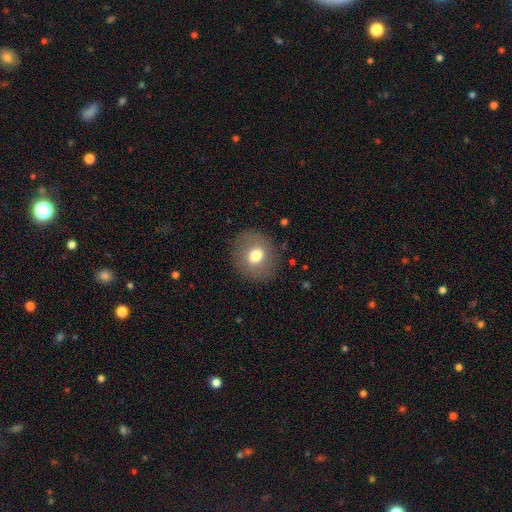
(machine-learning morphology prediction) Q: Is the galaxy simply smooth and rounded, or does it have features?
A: smooth — 72%.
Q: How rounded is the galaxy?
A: round — 75%.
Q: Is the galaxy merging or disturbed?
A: none — 86%.